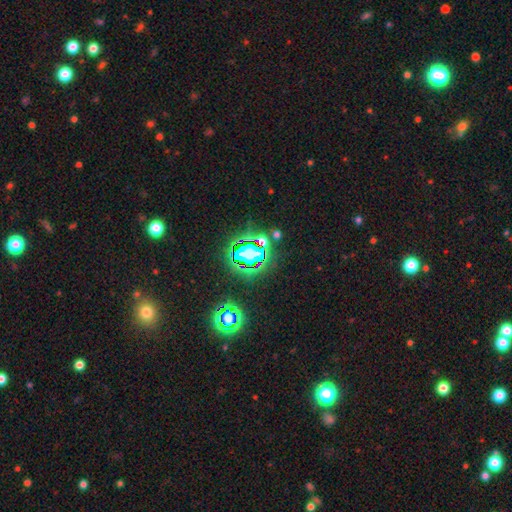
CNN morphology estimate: smooth_or_featured: star or artifact (p=0.81) [alt: smooth p=0.11]